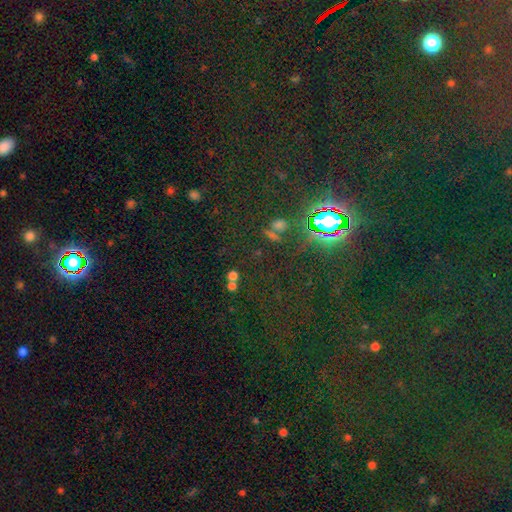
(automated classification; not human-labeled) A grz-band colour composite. It shows a star or artifact, not a galaxy (81%).